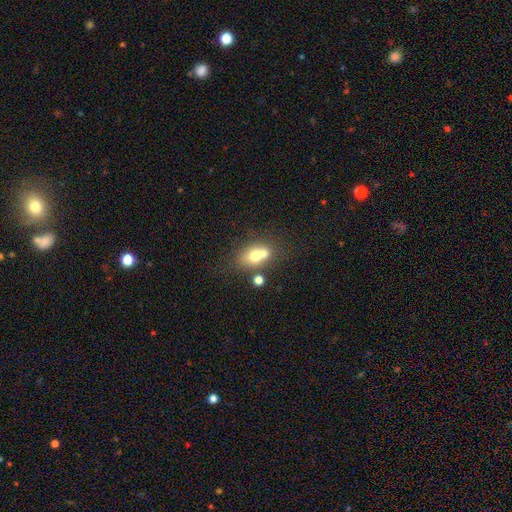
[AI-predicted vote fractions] Smooth or featured? Predicted: smooth (p=0.66). How rounded? Predicted: in between (p=0.59). Merging? Predicted: merger (p=0.48).